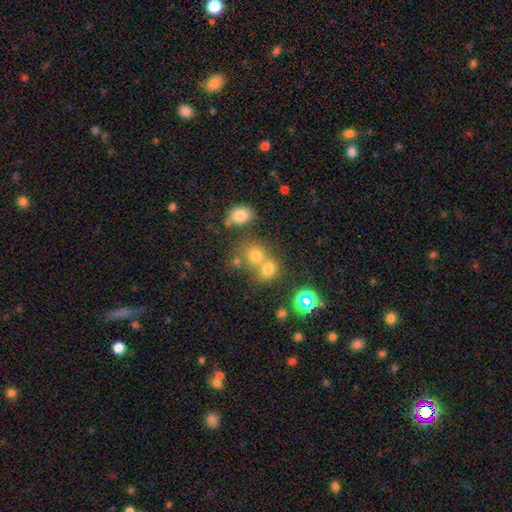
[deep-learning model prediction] Smooth or featured? Predicted: smooth (p=0.70). How rounded? Predicted: round (p=0.71). Merging? Predicted: merger (p=0.45).